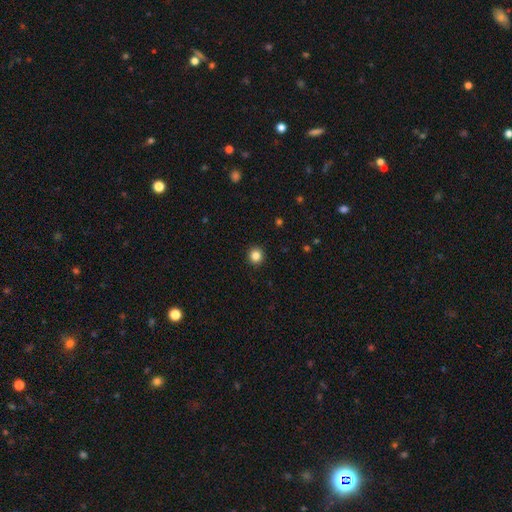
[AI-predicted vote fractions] This is clearly a smooth galaxy (85%). How rounded: clearly round (93%). Merging: clearly none (93%).